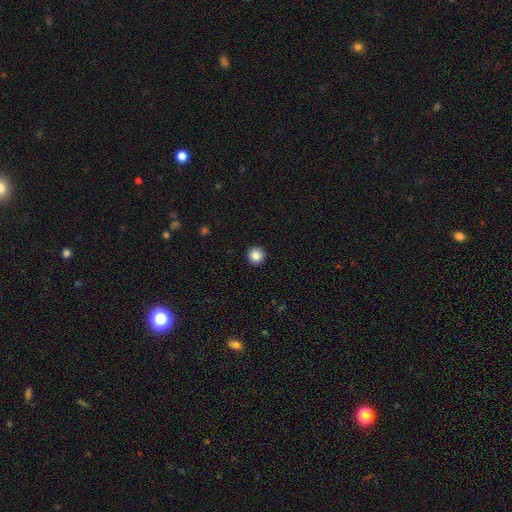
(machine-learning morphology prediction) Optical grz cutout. It shows a smooth galaxy with no disk features (87%) that is round (96%). Merging: none (94%).